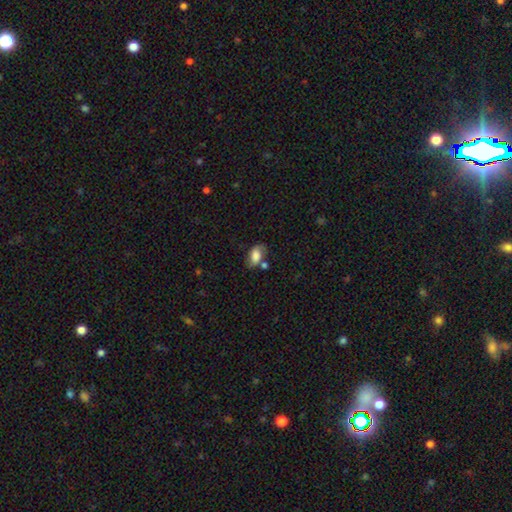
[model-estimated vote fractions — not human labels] Smooth or featured: smooth — 72% (featured or disk — 19%)
How rounded: in between — 88% (round — 10%)
Merging: none — 51% (minor disturbance — 25%)